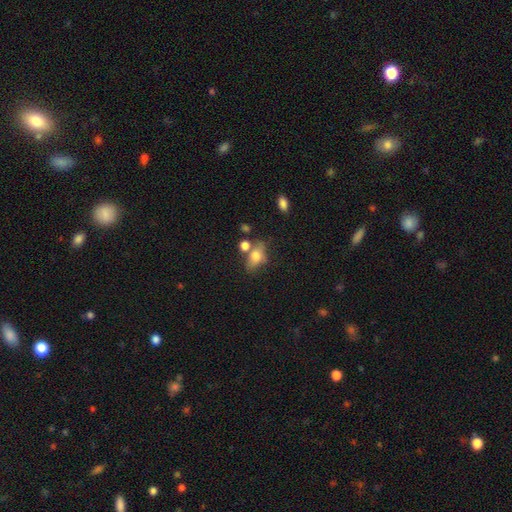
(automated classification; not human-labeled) smooth-or-featured: smooth: 71% | featured or disk: 18% | star or artifact: 11%
  how-rounded: in between: 77% | round: 19% | cigar-shaped: 4%
  merging: none: 45% | merger: 22% | minor disturbance: 22% | major disturbance: 11%